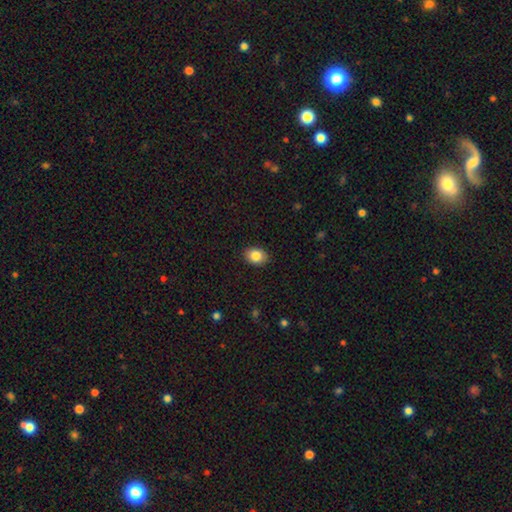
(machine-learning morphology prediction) A smooth galaxy with no disk features (85%) that is in between round and cigar-shaped (67%). Merging: none (89%).